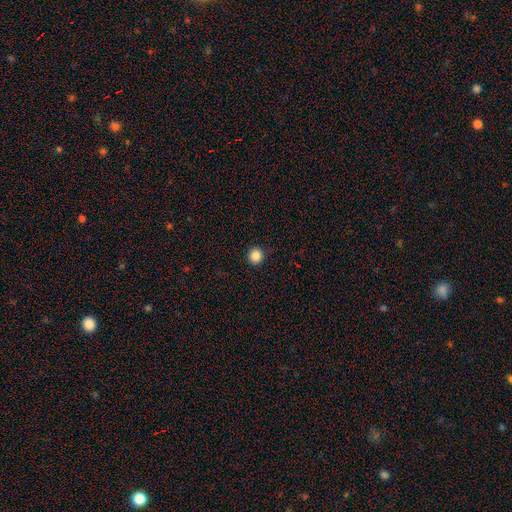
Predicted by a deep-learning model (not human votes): smooth 85%, star or artifact 11%, featured or disk 4%. Down the decision tree: how rounded — round (95%); merging — none (93%).